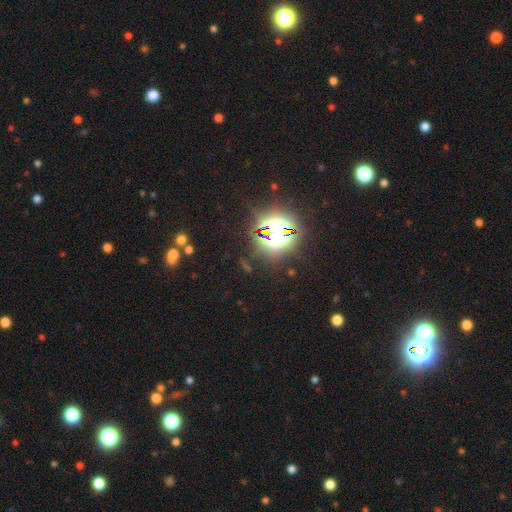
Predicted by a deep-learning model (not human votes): A star or artifact, not a galaxy (82%).